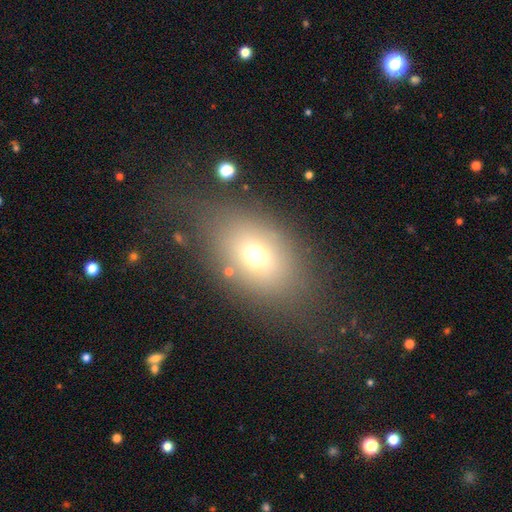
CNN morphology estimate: type=smooth (67%); roundness=in between (72%); merging=none (63%).